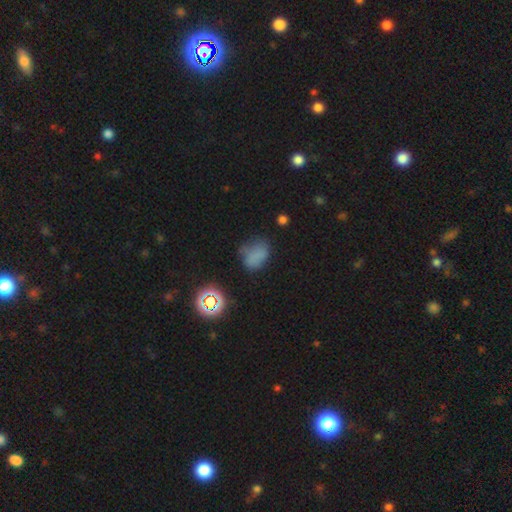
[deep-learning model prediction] smooth 68%, star or artifact 19%, featured or disk 13%. Down the decision tree: how rounded — in between (65%); merging — none (47%).